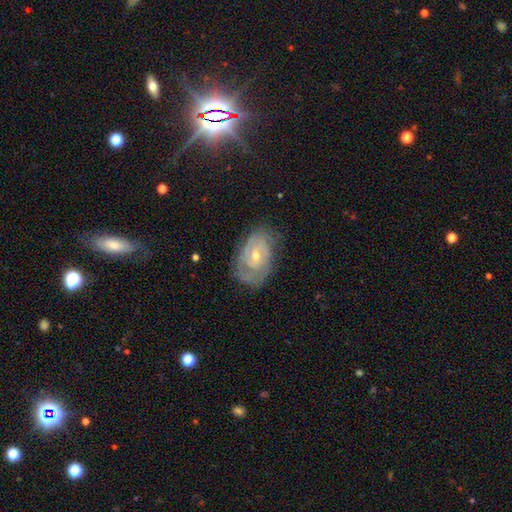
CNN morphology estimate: The model was most divided on "spiral arm count": can't tell: 39%, 2: 38%, 3: 10%, 1: 6%, 4: 4%, more than 4: 3%. More confident: edge-on disk — no (95%); spiral arms — yes (87%); smooth or featured — featured or disk (79%); merging — none (69%); spiral winding — tight (69%); bar — no (61%); bulge size — small (52%).